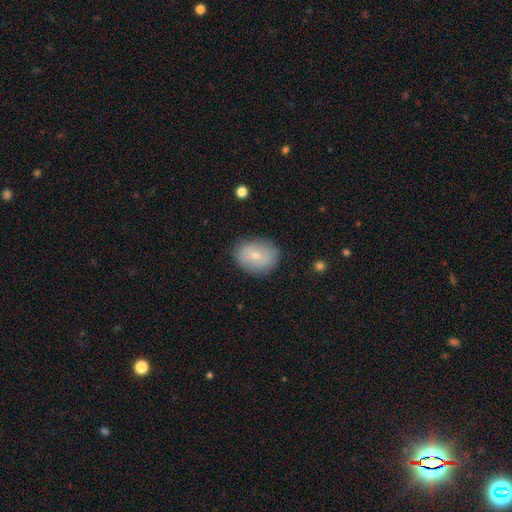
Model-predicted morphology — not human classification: Smooth or featured: smooth — 66% (featured or disk — 26%)
How rounded: in between — 54% (round — 45%)
Merging: none — 81% (minor disturbance — 14%)